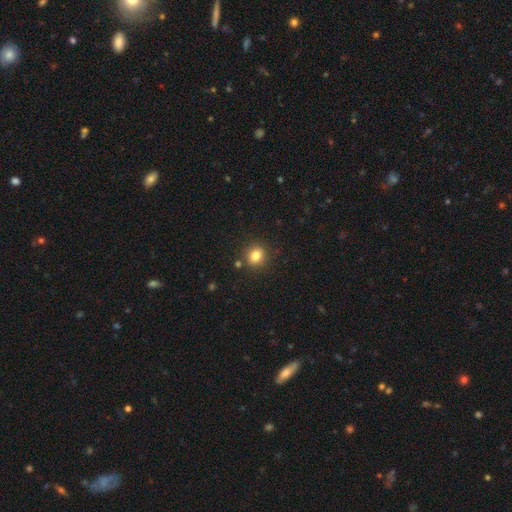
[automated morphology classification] Smooth or featured: smooth — 82% (star or artifact — 12%)
How rounded: round — 72% (in between — 27%)
Merging: none — 84% (minor disturbance — 9%)